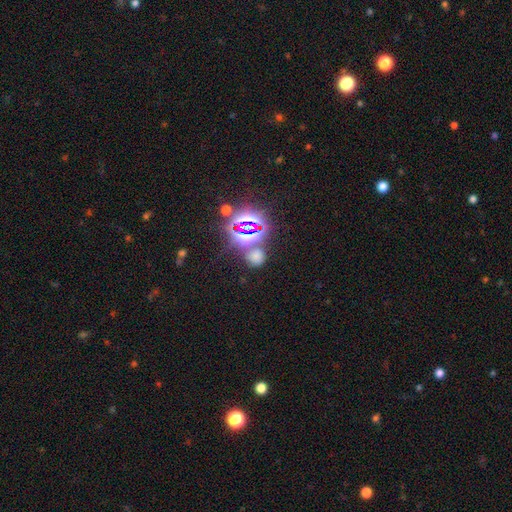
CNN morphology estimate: This appears to be a smooth galaxy with no disk features (46%, tied with star or artifact). Merging: none (65%).